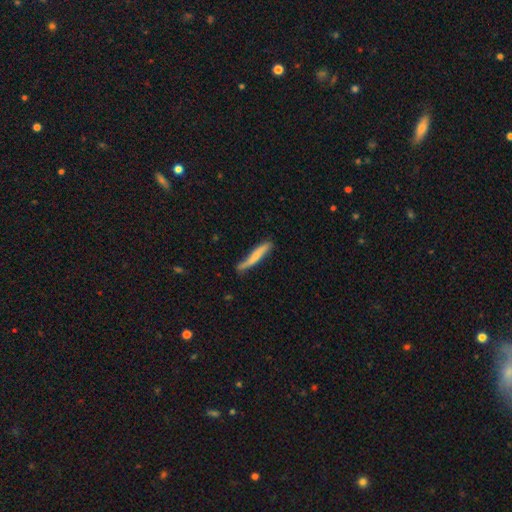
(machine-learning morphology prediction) Smooth or featured? smooth (59%)
How rounded? cigar-shaped (92%)
Merging? none (64%)